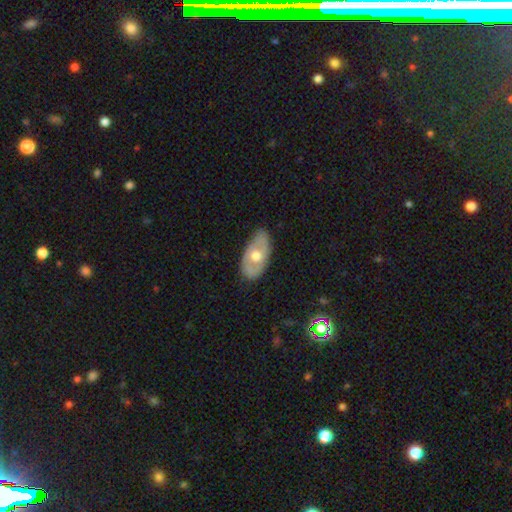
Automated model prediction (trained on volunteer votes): The model was most divided on "smooth or featured": featured or disk: 51%, smooth: 43%, star or artifact: 6%. More confident: edge-on disk — no (85%); merging — none (73%).